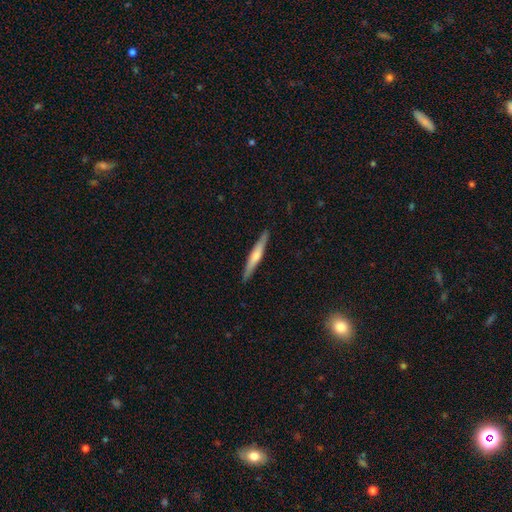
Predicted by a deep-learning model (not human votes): The model was most divided on "smooth or featured": featured or disk: 49%, smooth: 46%, star or artifact: 5%. More confident: merging — none (90%).